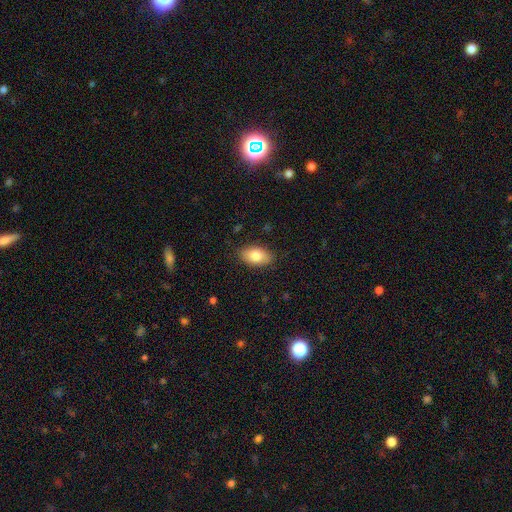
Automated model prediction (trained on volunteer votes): A smooth galaxy with no disk features (80%) that is in between round and cigar-shaped (92%). Merging: none (84%).